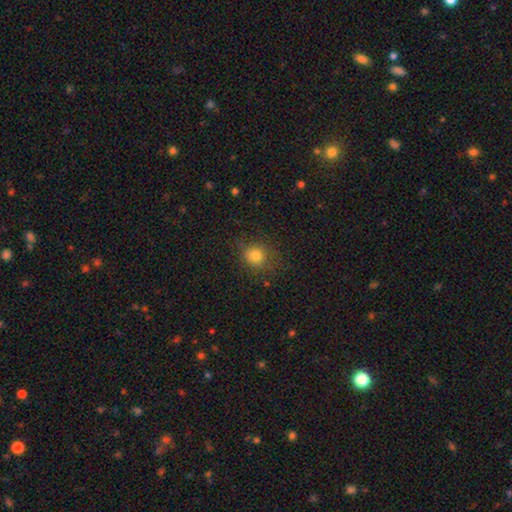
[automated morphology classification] type=smooth (79%); roundness=round (82%); merging=none (77%).